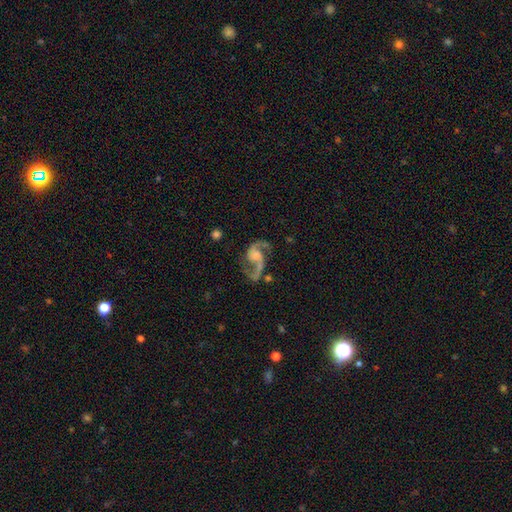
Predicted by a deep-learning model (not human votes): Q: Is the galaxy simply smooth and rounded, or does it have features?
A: featured or disk — 90%.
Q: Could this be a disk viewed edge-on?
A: no — 98%.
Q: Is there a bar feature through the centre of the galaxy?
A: no — 52%.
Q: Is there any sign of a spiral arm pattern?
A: yes — 97%.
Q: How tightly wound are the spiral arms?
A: loose — 52%.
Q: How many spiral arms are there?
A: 2 — 93%.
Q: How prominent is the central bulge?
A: moderate — 32%.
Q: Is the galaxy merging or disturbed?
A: none — 68%.